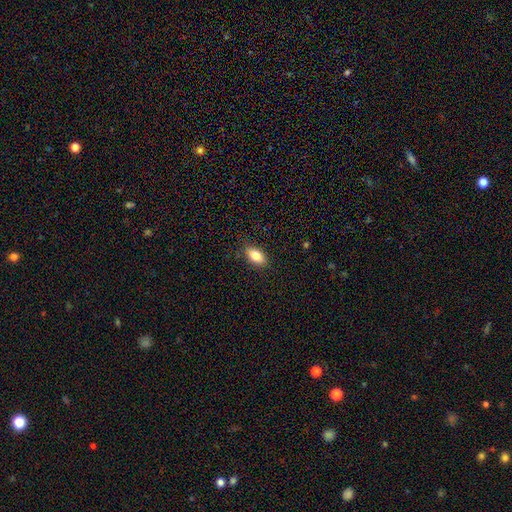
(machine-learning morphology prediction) Smooth or featured? Predicted: smooth (p=0.83). How rounded? Predicted: in between (p=0.90). Merging? Predicted: none (p=0.86).